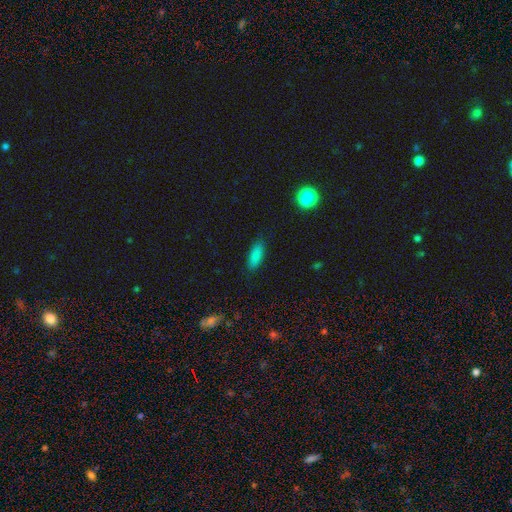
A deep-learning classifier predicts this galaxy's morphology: A smooth galaxy with no disk features (85%) that is in between round and cigar-shaped (68%).

Vote fractions:
- Smooth or featured? smooth: 85% / star or artifact: 9% / featured or disk: 6%
- How rounded? in between: 68% / cigar-shaped: 30% / round: 2%
- Merging? none: 85% / minor disturbance: 11% / major disturbance: 3% / merger: 1%